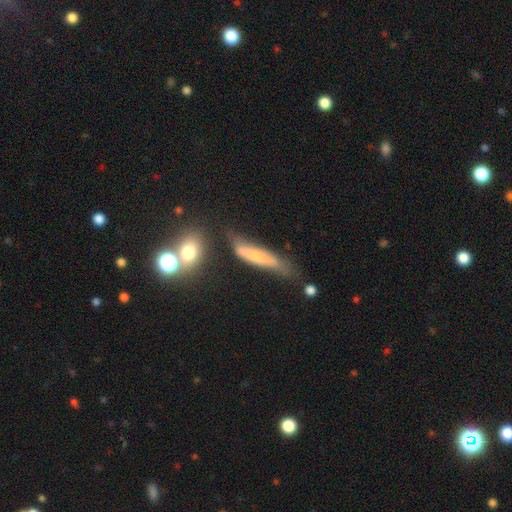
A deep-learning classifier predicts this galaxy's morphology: A smooth galaxy with no disk features (54%) that is cigar-shaped (78%). Merging: none (40%).